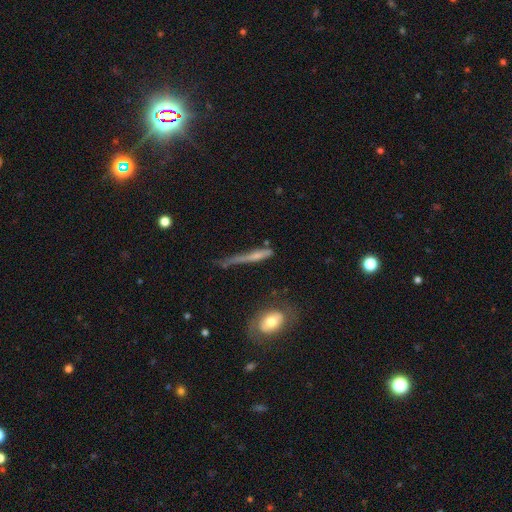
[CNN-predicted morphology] Smooth or featured: smooth — 47% (featured or disk — 43%)
Merging: none — 39% (minor disturbance — 26%)